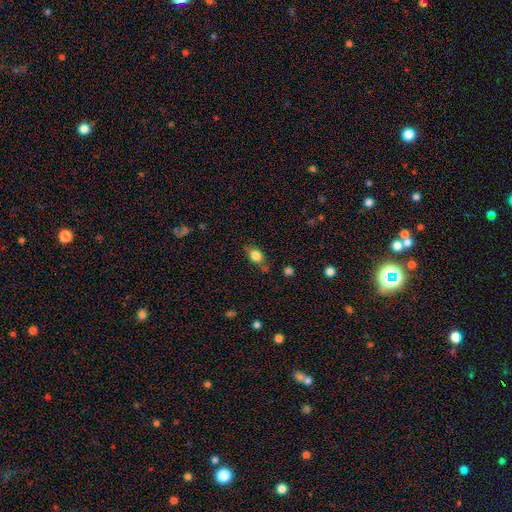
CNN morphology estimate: This appears to be a smooth galaxy with no disk features (81%) that is in between round and cigar-shaped (63%). Merging: none (67%).